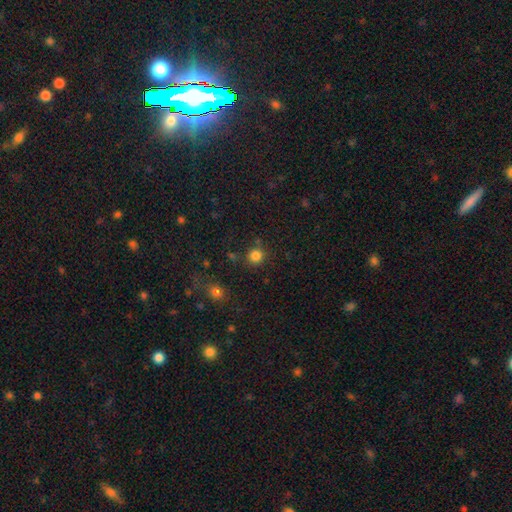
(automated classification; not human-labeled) A smooth galaxy with no disk features (82%) that is round (92%).

Vote fractions:
- Smooth or featured? smooth: 82% / star or artifact: 13% / featured or disk: 4%
- How rounded? round: 92% / in between: 7% / cigar-shaped: 1%
- Merging? none: 82% / minor disturbance: 9% / merger: 5% / major disturbance: 4%